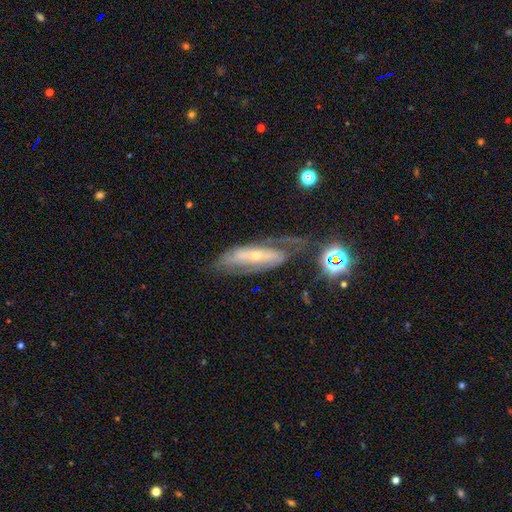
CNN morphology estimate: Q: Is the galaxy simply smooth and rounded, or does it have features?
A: featured or disk — 76%.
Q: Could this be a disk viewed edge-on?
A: no — 83%.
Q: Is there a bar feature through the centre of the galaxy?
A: no — 43%.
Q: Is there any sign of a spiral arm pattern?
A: yes — 81%.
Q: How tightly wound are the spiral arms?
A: medium — 39%.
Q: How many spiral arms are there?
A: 2 — 59%.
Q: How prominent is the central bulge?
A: small — 71%.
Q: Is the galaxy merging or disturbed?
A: none — 50%.